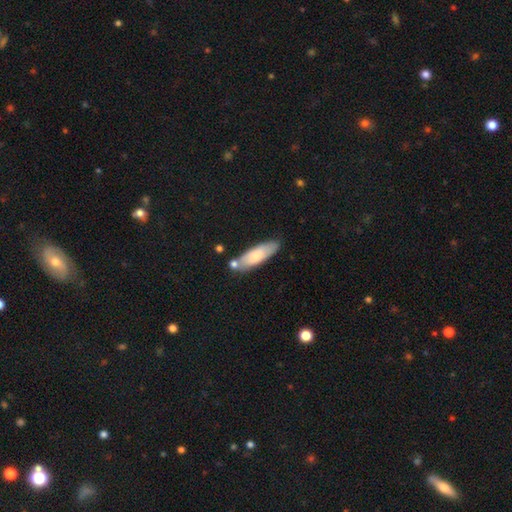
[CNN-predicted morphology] type=smooth (74%); roundness=cigar-shaped (53%); merging=none (69%).